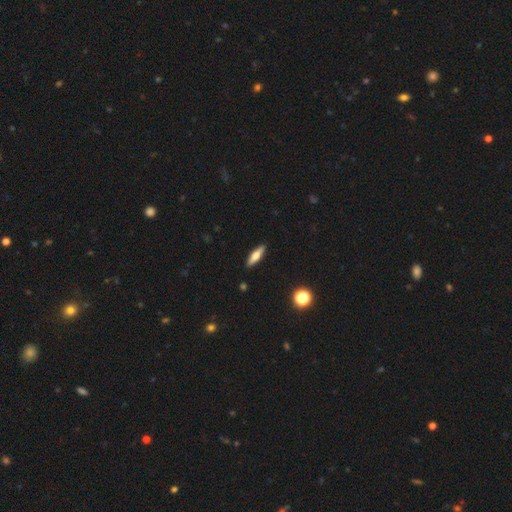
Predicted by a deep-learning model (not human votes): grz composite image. It shows a smooth galaxy with no disk features (56%) that is cigar-shaped (63%). Merging: none (90%).